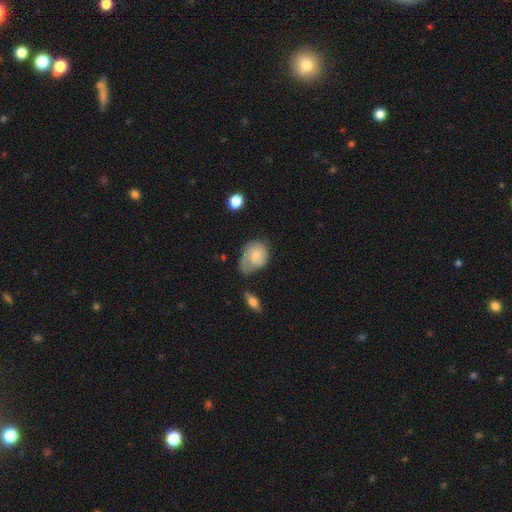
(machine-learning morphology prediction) smooth_or_featured: smooth (p=0.48) [alt: featured or disk p=0.45]
merging: none (p=0.36) [alt: minor disturbance p=0.35]